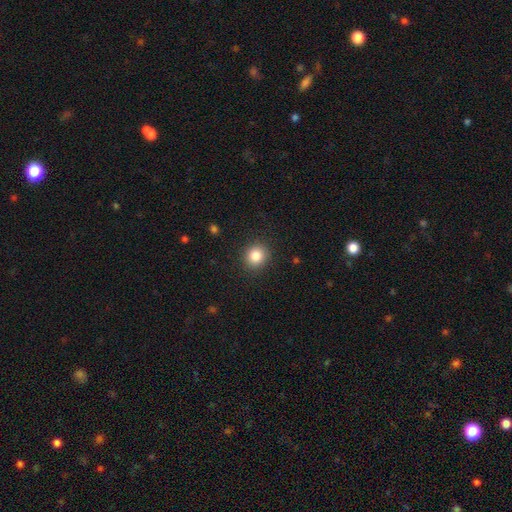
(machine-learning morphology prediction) This is clearly a smooth galaxy (84%). How rounded: clearly round (85%). Merging: clearly none (90%).